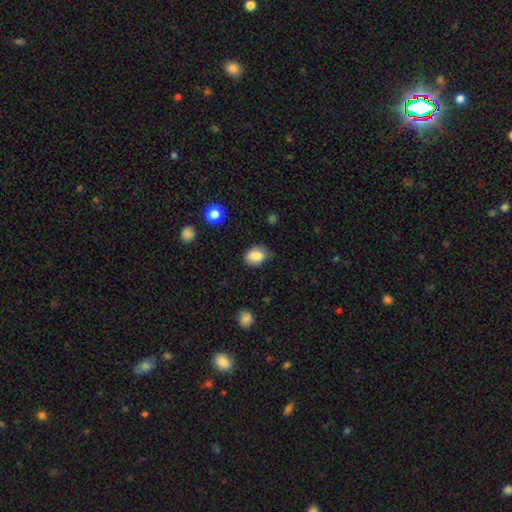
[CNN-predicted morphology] type=smooth (83%); roundness=in between (65%); merging=none (74%).